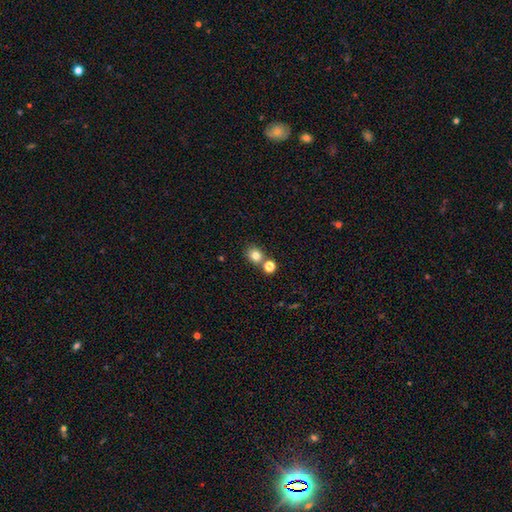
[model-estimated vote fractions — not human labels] This appears to be a smooth galaxy with no disk features (81%) that is round (73%). Merging: none (64%).